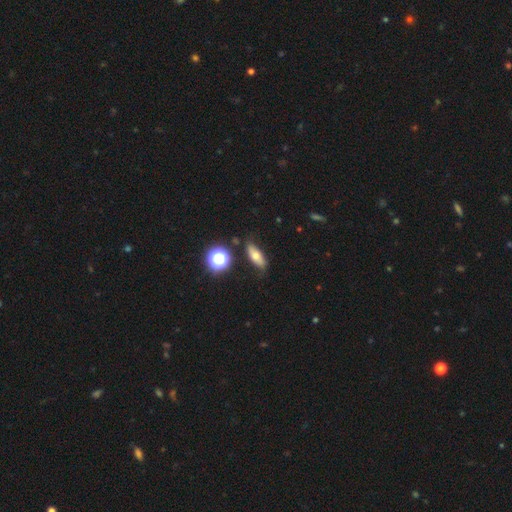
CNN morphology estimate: smooth-or-featured: smooth: 65% | featured or disk: 23% | star or artifact: 12%
  how-rounded: in between: 62% | cigar-shaped: 29% | round: 9%
  merging: none: 80% | minor disturbance: 14% | major disturbance: 3% | merger: 3%